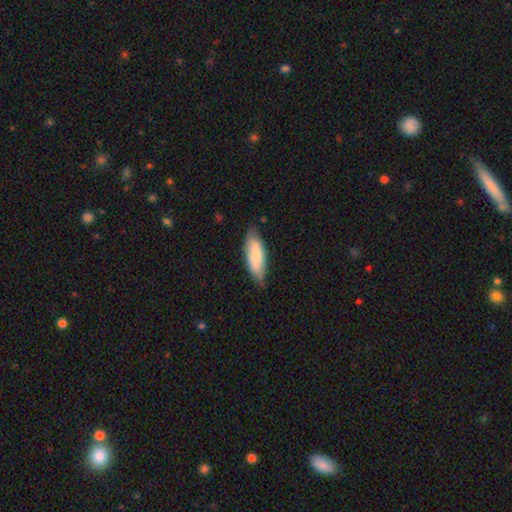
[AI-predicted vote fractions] Smooth or featured? smooth (72%)
How rounded? in between (66%)
Merging? none (68%)